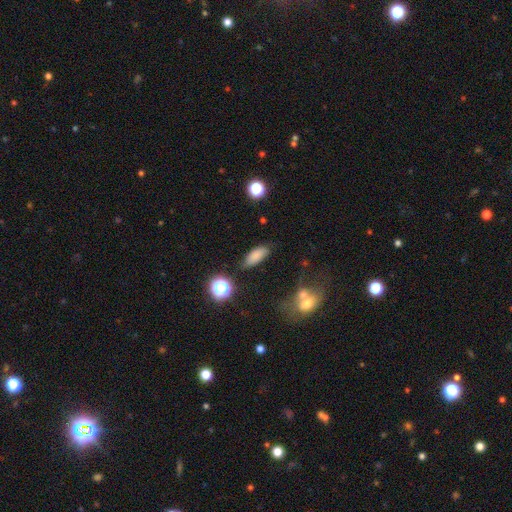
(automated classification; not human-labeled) Overall: smooth (80%). How rounded: in between (77%). Merging: none (78%).